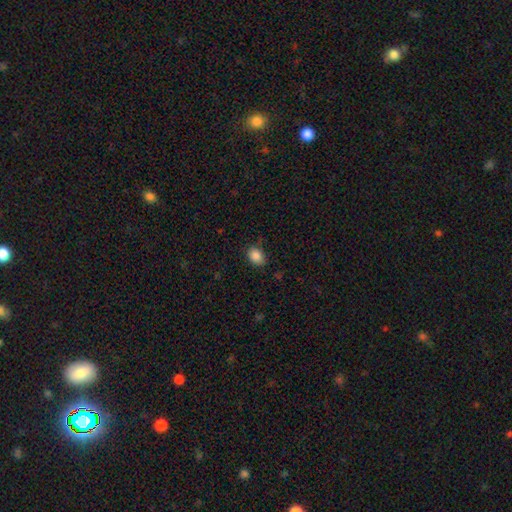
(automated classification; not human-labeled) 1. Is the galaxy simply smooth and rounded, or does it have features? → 87% smooth, 9% star or artifact, 4% featured or disk.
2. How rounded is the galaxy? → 74% in between, 25% round, 1% cigar-shaped.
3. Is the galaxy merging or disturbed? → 78% none, 17% minor disturbance, 4% major disturbance, 2% merger.